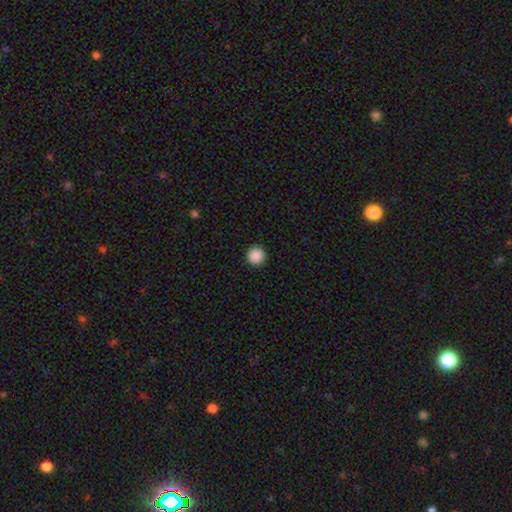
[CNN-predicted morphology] This is clearly a smooth galaxy (89%). How rounded: clearly round (97%). Merging: clearly none (94%).